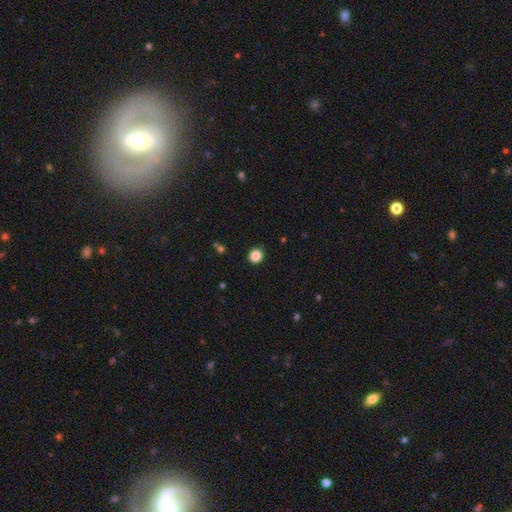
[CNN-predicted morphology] Smooth or featured? Predicted: smooth (p=0.86). How rounded? Predicted: round (p=0.90). Merging? Predicted: none (p=0.90).